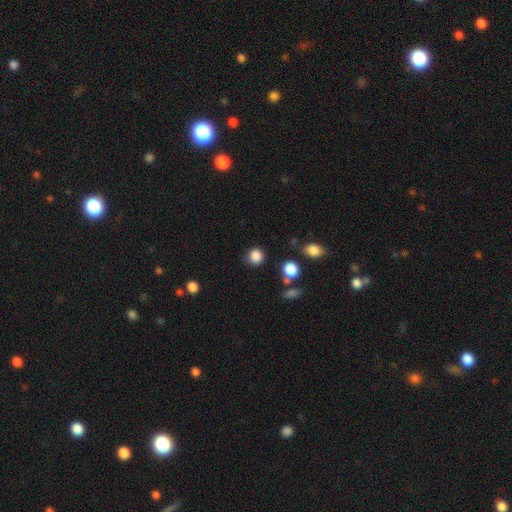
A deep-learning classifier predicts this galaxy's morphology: smooth_or_featured: smooth (p=0.86) [alt: star or artifact p=0.11]
how_rounded: round (p=0.87) [alt: in between p=0.12]
merging: none (p=0.81) [alt: minor disturbance p=0.12]